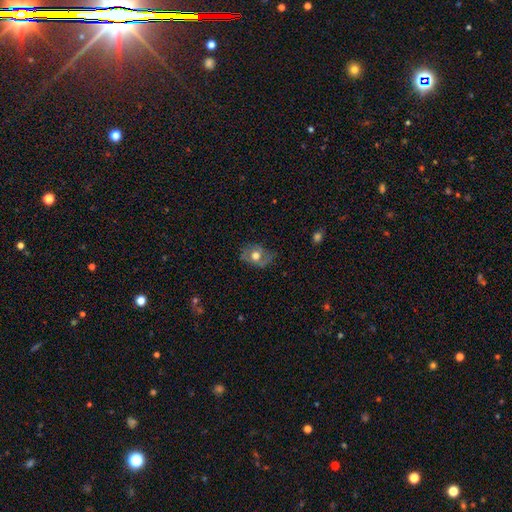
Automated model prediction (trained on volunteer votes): Morphology: type=smooth (49%); merging=none (61%).